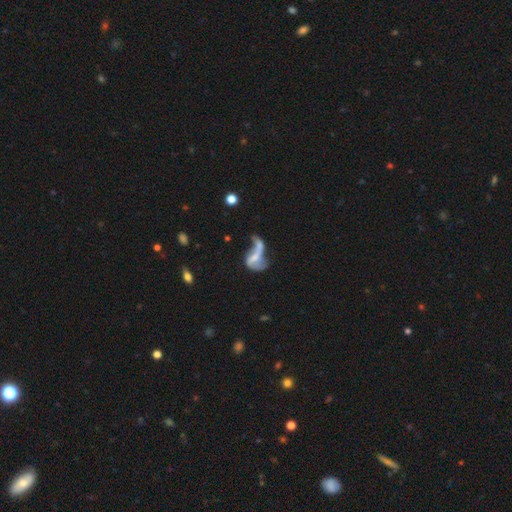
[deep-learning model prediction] Q: Smooth or featured?
A: featured or disk (66%); runner-up: smooth (24%)
Q: Edge-on disk?
A: no (96%); runner-up: yes (4%)
Q: Bar?
A: no (42%); runner-up: weak (34%)
Q: Spiral arms?
A: yes (64%); runner-up: no (36%)
Q: Bulge size?
A: small (42%); runner-up: none (35%)
Q: Merging?
A: major disturbance (36%); runner-up: merger (31%)